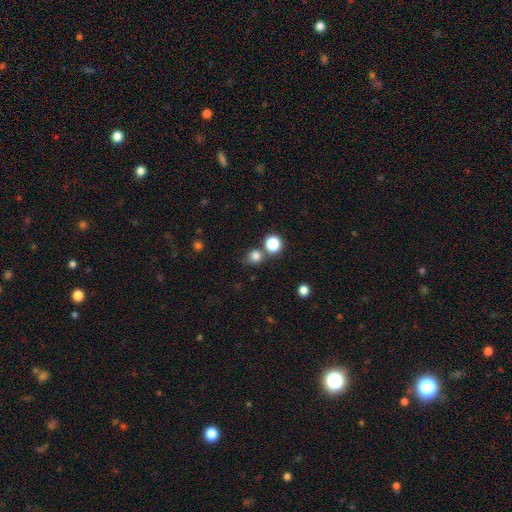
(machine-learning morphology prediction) Q: Smooth or featured?
A: smooth (79%); runner-up: star or artifact (16%)
Q: How rounded?
A: round (84%); runner-up: in between (15%)
Q: Merging?
A: none (68%); runner-up: merger (18%)